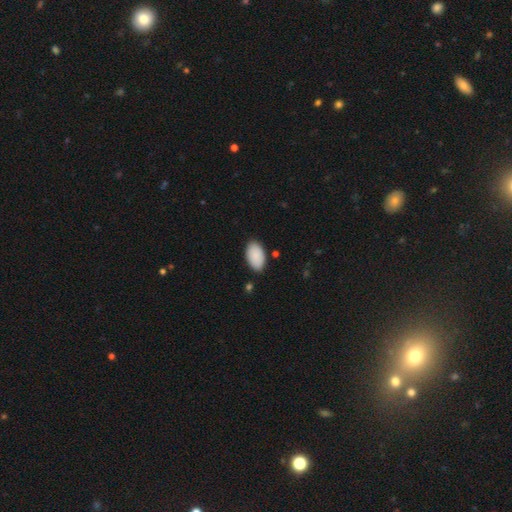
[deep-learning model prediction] Smooth or featured?
  - smooth: 90% *
  - star or artifact: 6%
  - featured or disk: 4%
How rounded?
  - in between: 95% *
  - round: 3%
  - cigar-shaped: 1%
Merging?
  - none: 85% *
  - minor disturbance: 11%
  - major disturbance: 2%
  - merger: 2%